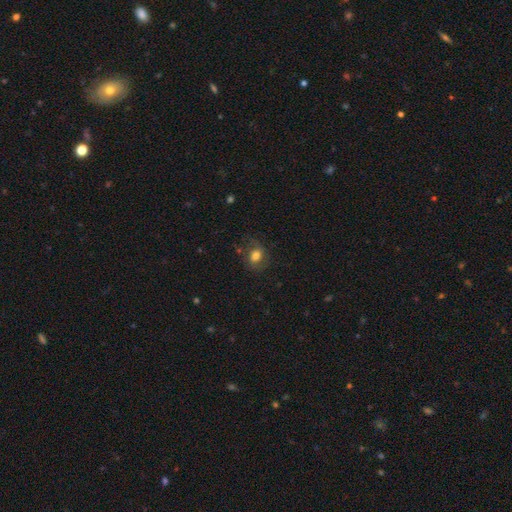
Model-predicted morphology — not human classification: This appears to be a smooth galaxy with no disk features (66%) that is round (51%). Merging: none (68%).